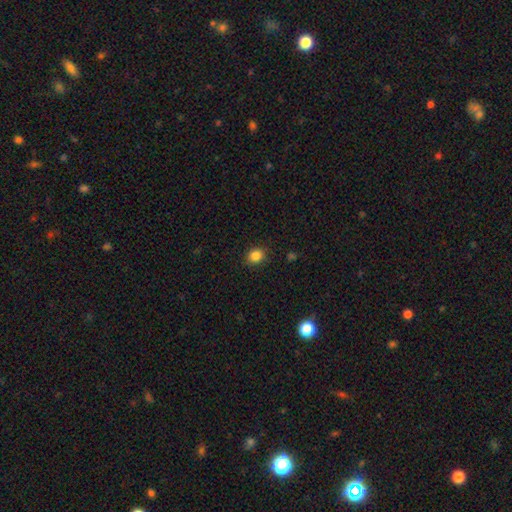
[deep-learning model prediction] A smooth galaxy with no disk features (85%) that is round (69%).

Vote fractions:
- Smooth or featured? smooth: 85% / star or artifact: 11% / featured or disk: 4%
- How rounded? round: 69% / in between: 30% / cigar-shaped: 1%
- Merging? none: 89% / minor disturbance: 8% / major disturbance: 2% / merger: 1%